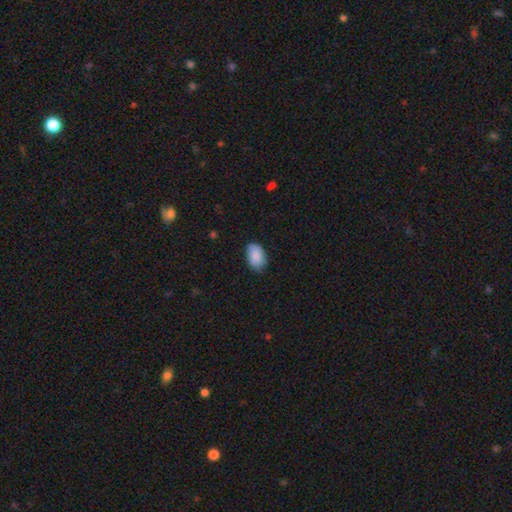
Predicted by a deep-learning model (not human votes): This appears to be a smooth galaxy with no disk features (88%) that is in between round and cigar-shaped (89%). Merging: none (73%).